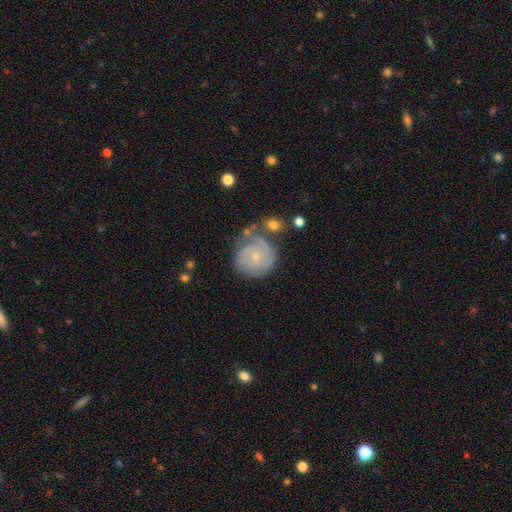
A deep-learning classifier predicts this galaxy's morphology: smooth-or-featured: featured or disk: 62% | smooth: 31% | star or artifact: 7%
  disk-edge-on: no: 98% | yes: 2%
    bar: no: 82% | weak: 16% | strong: 3%
    has-spiral-arms: yes: 80% | no: 20%
    bulge-size: small: 74% | moderate: 22% | none: 2% | large: 1% | dominant: 1%
  merging: none: 58% | minor disturbance: 23% | major disturbance: 11% | merger: 8%